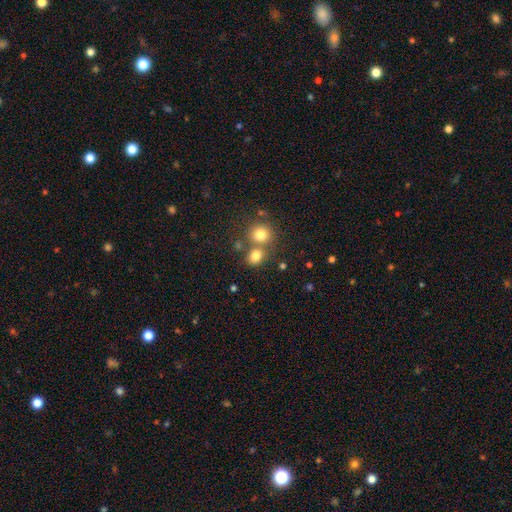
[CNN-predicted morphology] Smooth or featured? Predicted: smooth (p=0.79). How rounded? Predicted: round (p=0.65). Merging? Predicted: none (p=0.55).